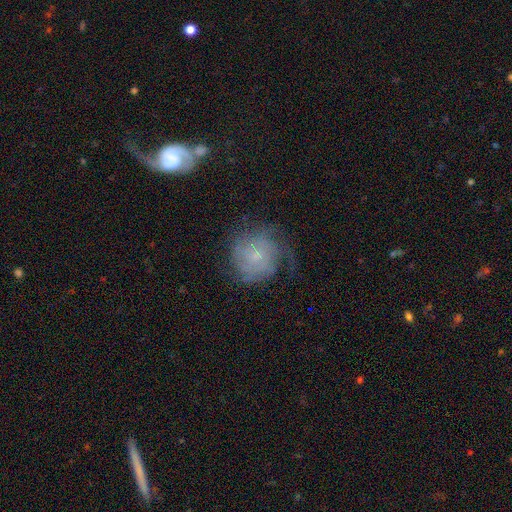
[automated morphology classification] featured or disk 65%, smooth 26%, star or artifact 9%. Down the decision tree: edge-on disk — no (98%); bar — no (77%); spiral arms — yes (89%); spiral arm count — can't tell (44%); spiral winding — tight (60%); bulge size — small (69%); merging — none (61%).